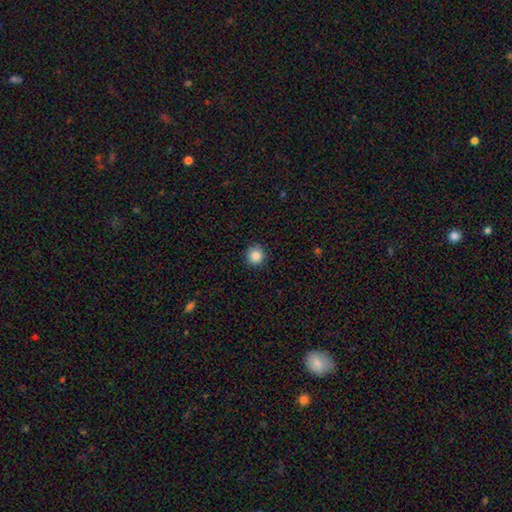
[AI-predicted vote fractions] This appears to be a smooth galaxy with no disk features (87%) that is round (95%). Merging: none (90%).